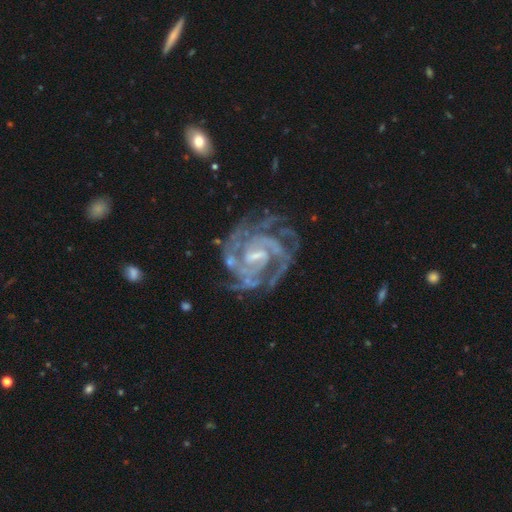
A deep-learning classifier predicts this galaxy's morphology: Overall: featured or disk (91%). Edge-on disk: no (98%). Bar: weak (53%; strong 29%). Spiral arms: yes (97%). Spiral arm count: 3 (25%; can't tell 22%). Spiral winding: tight (63%; medium 32%). Bulge size: small (48%; moderate 33%). Merging: none (67%).